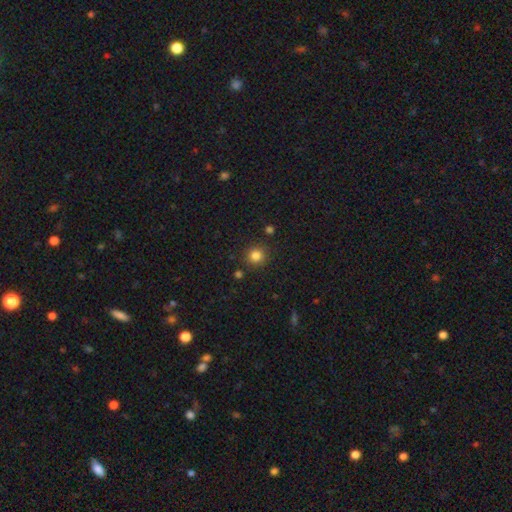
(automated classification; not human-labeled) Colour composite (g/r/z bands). It shows a smooth galaxy with no disk features (83%) that is round (92%). Merging: none (87%).